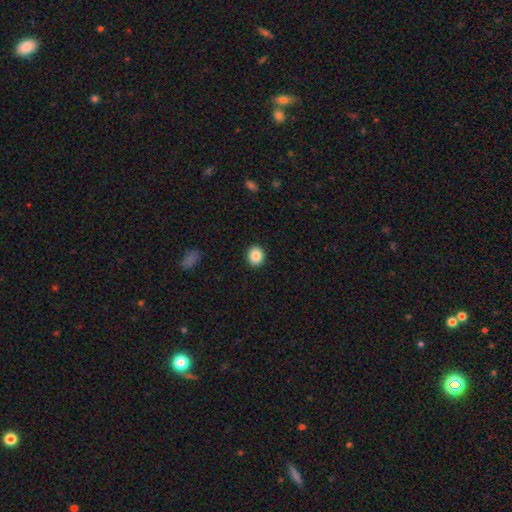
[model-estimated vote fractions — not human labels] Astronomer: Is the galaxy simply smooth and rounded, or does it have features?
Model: smooth — 88%.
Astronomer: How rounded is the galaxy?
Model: round — 76%.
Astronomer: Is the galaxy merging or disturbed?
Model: none — 91%.